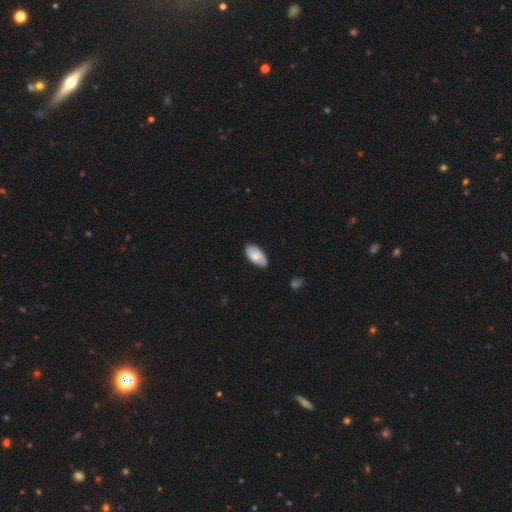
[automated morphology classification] Smooth or featured?
  - smooth: 73% *
  - featured or disk: 21%
  - star or artifact: 6%
How rounded?
  - in between: 95% *
  - cigar-shaped: 3%
  - round: 2%
Merging?
  - none: 75% *
  - minor disturbance: 20%
  - major disturbance: 3%
  - merger: 1%